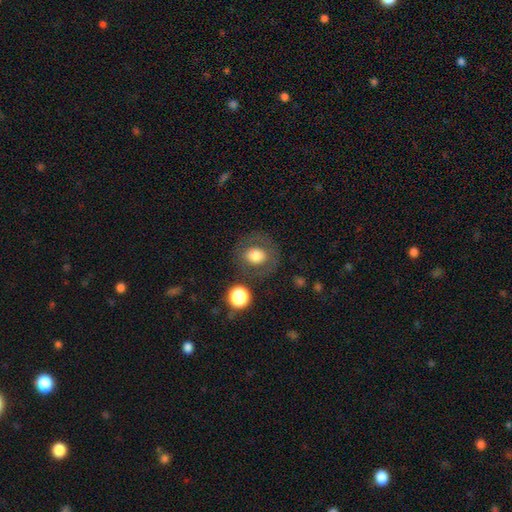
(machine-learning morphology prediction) A smooth galaxy with no disk features (68%) that is round (74%). Merging: none (74%).